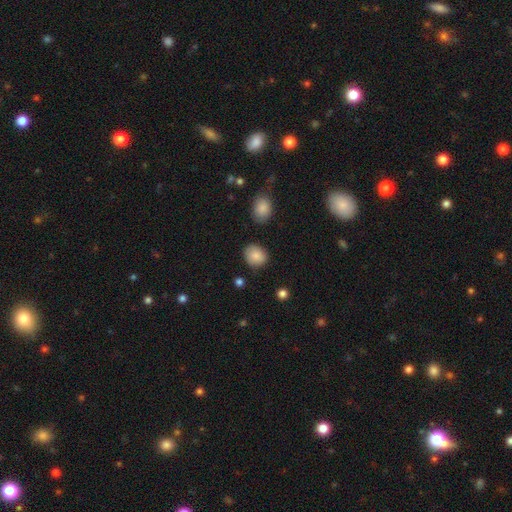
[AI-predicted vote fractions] smooth-or-featured: smooth: 87% | star or artifact: 8% | featured or disk: 5%
  how-rounded: round: 62% | in between: 37% | cigar-shaped: 1%
  merging: none: 82% | minor disturbance: 13% | major disturbance: 3% | merger: 2%